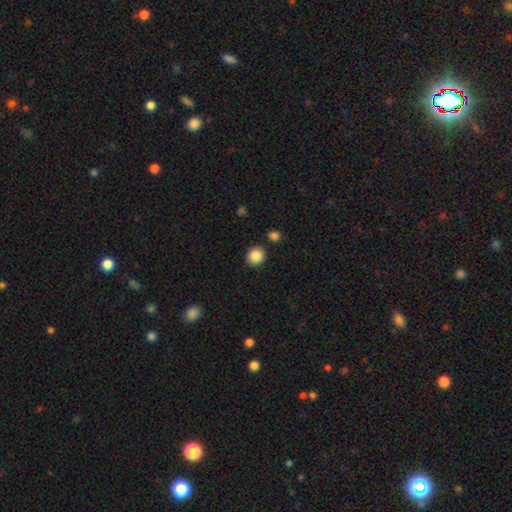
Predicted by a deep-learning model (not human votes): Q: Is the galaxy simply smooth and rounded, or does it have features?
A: smooth — 87%.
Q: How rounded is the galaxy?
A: round — 87%.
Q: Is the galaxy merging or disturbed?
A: none — 87%.